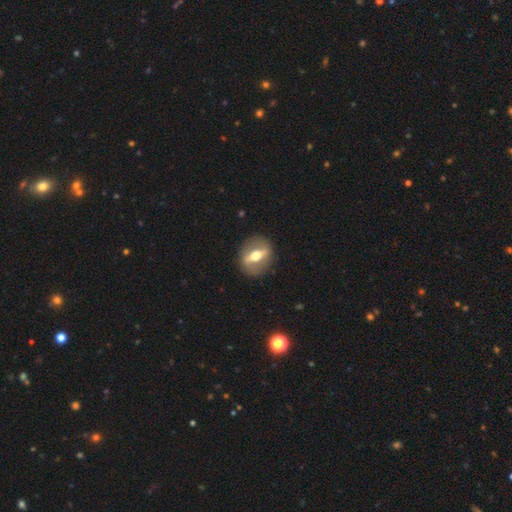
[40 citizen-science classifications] Overall: featured or disk (72%). Edge-on disk: no (66%; yes 34%). Bar: strong (68%). Spiral arms: no (74%). Bulge size: moderate (53%; large 37%). Merging: none (95%).